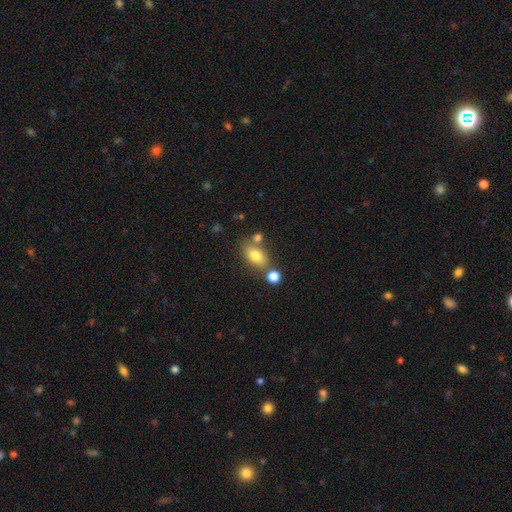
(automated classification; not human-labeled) A smooth galaxy with no disk features (78%) that is in between round and cigar-shaped (83%).

Vote fractions:
- Smooth or featured? smooth: 78% / featured or disk: 13% / star or artifact: 10%
- How rounded? in between: 83% / round: 12% / cigar-shaped: 5%
- Merging? none: 63% / merger: 18% / minor disturbance: 14% / major disturbance: 5%